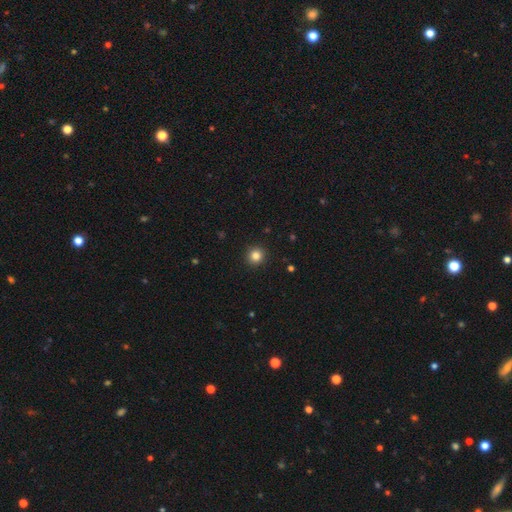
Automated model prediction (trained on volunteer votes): Smooth or featured? smooth (84%)
How rounded? round (95%)
Merging? none (93%)